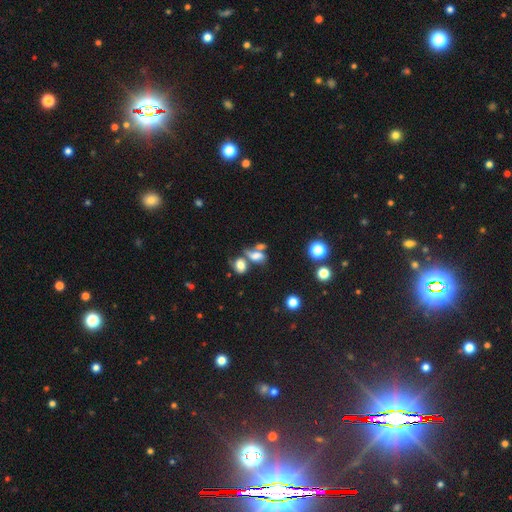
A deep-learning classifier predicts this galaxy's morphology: smooth 63%, featured or disk 20%, star or artifact 17%. Down the decision tree: how rounded — in between (74%); merging — merger (48%).